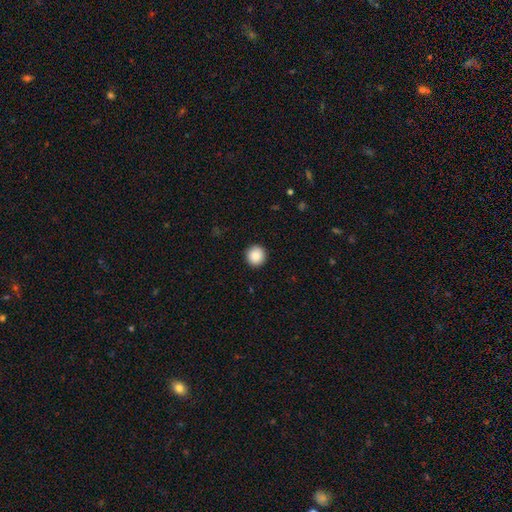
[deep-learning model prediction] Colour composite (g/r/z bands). It shows a smooth galaxy with no disk features (88%) that is round (95%). Merging: none (93%).